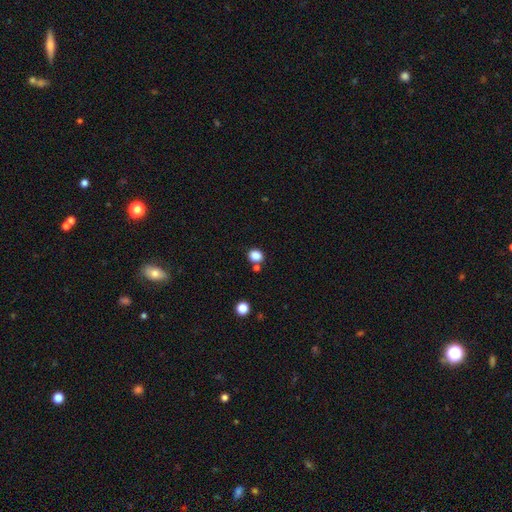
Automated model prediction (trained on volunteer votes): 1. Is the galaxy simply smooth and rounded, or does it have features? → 85% smooth, 12% star or artifact, 4% featured or disk.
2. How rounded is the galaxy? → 71% round, 28% in between, 1% cigar-shaped.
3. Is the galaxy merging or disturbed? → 74% none, 13% merger, 10% minor disturbance, 3% major disturbance.